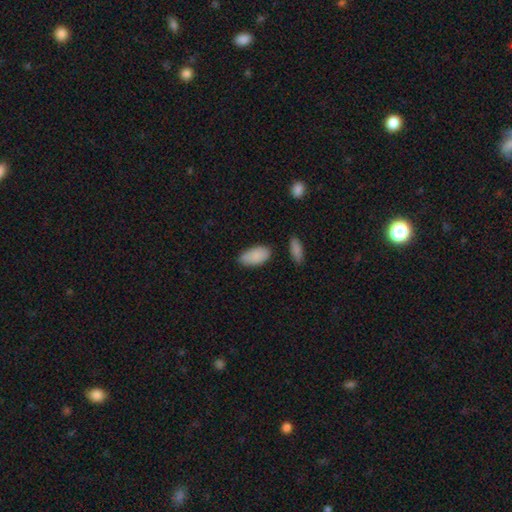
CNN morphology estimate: Overall: smooth (88%). How rounded: in between (94%). Merging: none (77%).